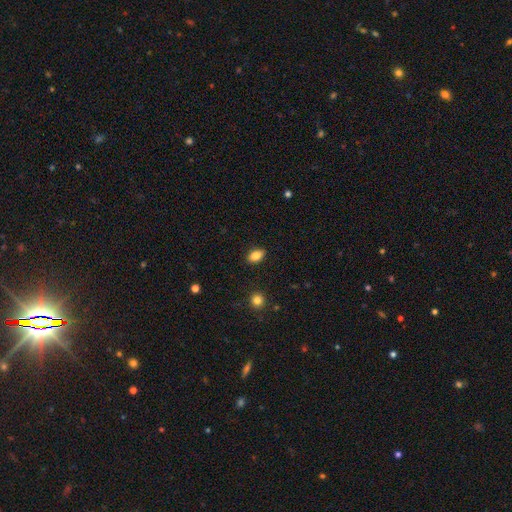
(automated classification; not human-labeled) smooth-or-featured: smooth: 84% | star or artifact: 9% | featured or disk: 7%
  how-rounded: in between: 88% | round: 8% | cigar-shaped: 3%
  merging: none: 89% | minor disturbance: 8% | major disturbance: 2% | merger: 1%